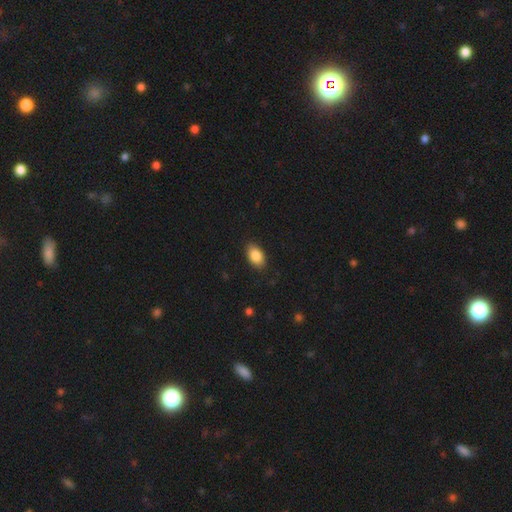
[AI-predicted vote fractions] This appears to be a smooth galaxy with no disk features (87%) that is in between round and cigar-shaped (90%). Merging: none (87%).